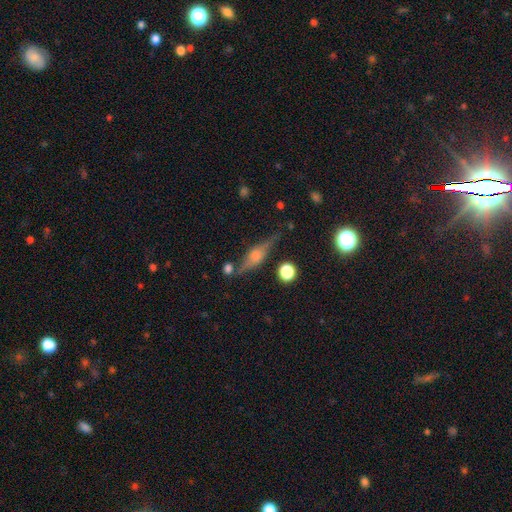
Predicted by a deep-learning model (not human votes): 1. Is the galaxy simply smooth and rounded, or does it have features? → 69% featured or disk, 21% smooth, 10% star or artifact.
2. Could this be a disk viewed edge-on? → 94% yes, 6% no.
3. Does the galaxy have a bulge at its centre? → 78% rounded, 18% boxy, 4% none.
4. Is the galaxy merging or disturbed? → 75% none, 15% minor disturbance, 5% major disturbance, 5% merger.